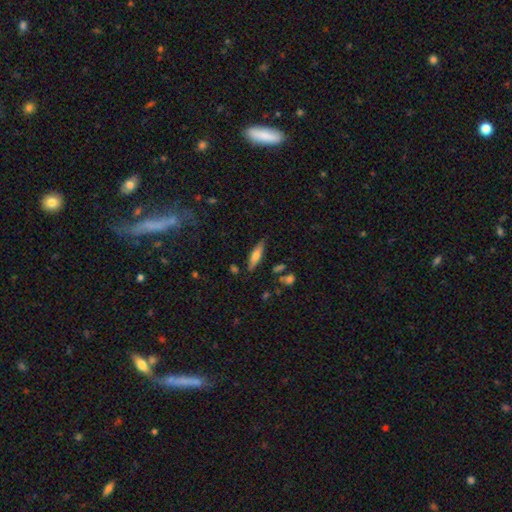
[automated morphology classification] Q: Smooth or featured?
A: smooth (60%); runner-up: featured or disk (33%)
Q: How rounded?
A: cigar-shaped (66%); runner-up: in between (32%)
Q: Merging?
A: none (83%); runner-up: minor disturbance (12%)